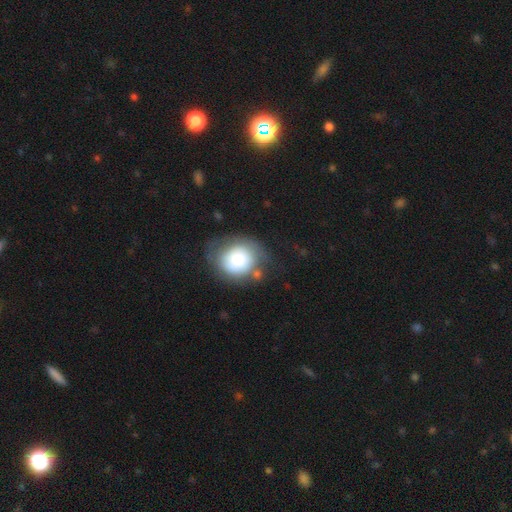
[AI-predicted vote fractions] A smooth galaxy with no disk features (44%). Merging: none (67%).